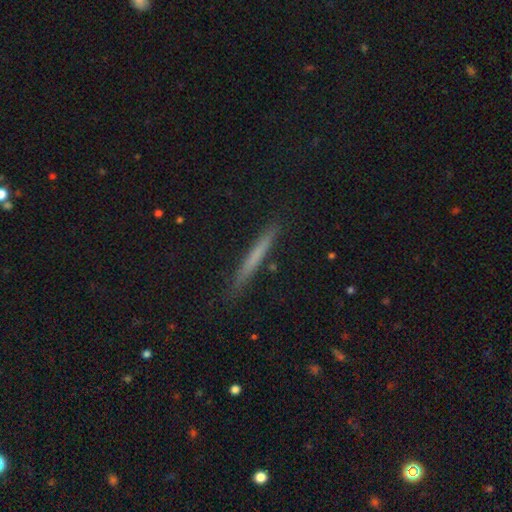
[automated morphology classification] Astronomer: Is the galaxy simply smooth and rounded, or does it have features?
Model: smooth — 59% (runner-up: featured or disk, 34%).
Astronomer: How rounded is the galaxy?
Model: cigar-shaped — 97%.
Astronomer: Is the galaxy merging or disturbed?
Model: none — 88%.